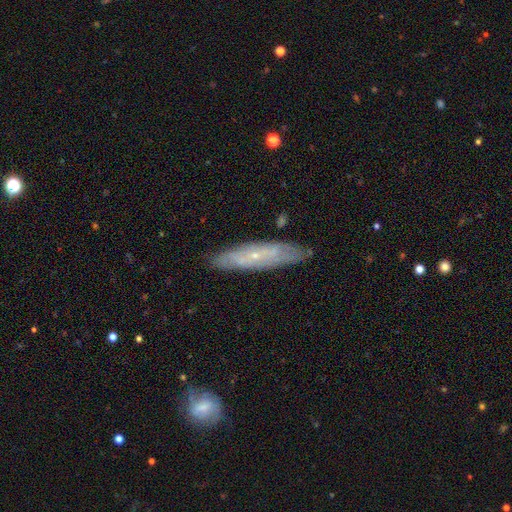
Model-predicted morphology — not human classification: Smooth or featured?
  - featured or disk: 61% *
  - smooth: 31%
  - star or artifact: 8%
Edge-on disk?
  - no: 56% *
  - yes: 44%
Merging?
  - none: 82% *
  - minor disturbance: 14%
  - major disturbance: 3%
  - merger: 2%